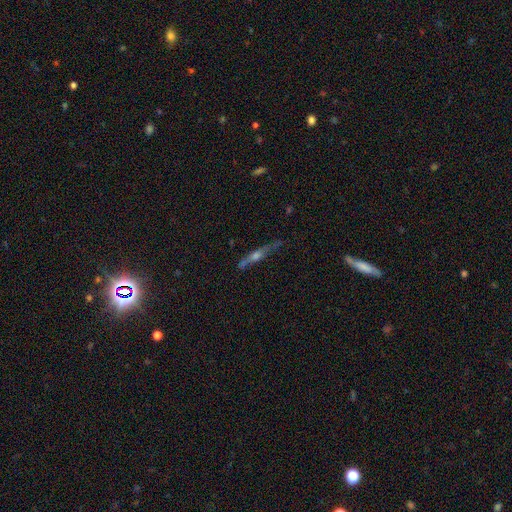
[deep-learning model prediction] featured or disk 72%, smooth 19%, star or artifact 9%. Down the decision tree: edge-on disk — yes (93%); edge-on bulge — rounded (84%); merging — none (73%).